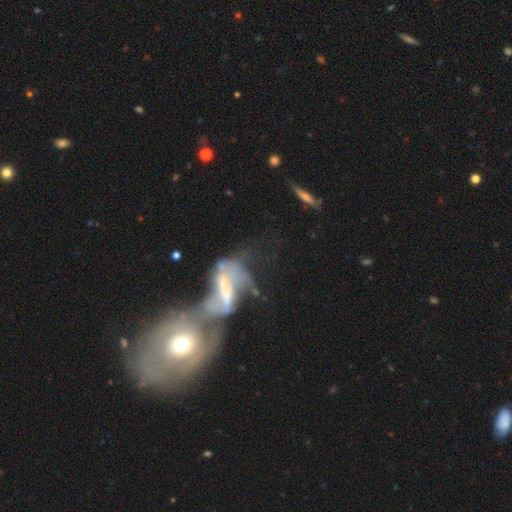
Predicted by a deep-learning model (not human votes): Smooth or featured?
  - featured or disk: 70% *
  - smooth: 18%
  - star or artifact: 12%
Edge-on disk?
  - no: 92% *
  - yes: 8%
Bar?
  - no: 46% *
  - weak: 32%
  - strong: 23%
Spiral arms?
  - yes: 69% *
  - no: 31%
Bulge size?
  - moderate: 44% *
  - small: 36%
  - none: 11%
  - large: 6%
  - dominant: 2%
Merging?
  - merger: 65% *
  - major disturbance: 14%
  - none: 13%
  - minor disturbance: 8%